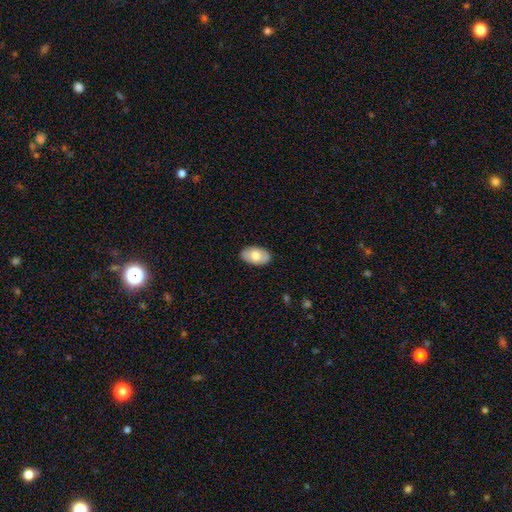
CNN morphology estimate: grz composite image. It shows a smooth galaxy with no disk features (71%) that is in between round and cigar-shaped (94%). Merging: none (88%).